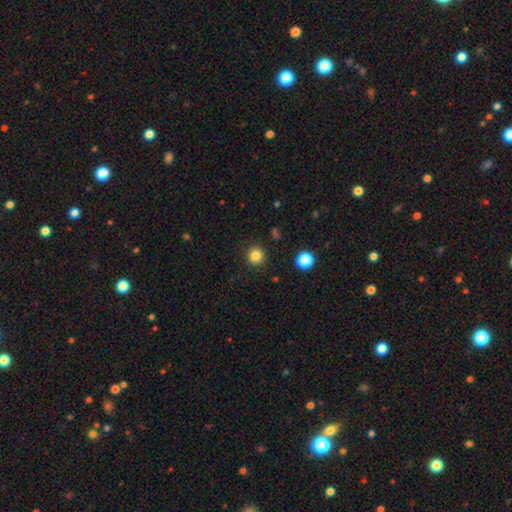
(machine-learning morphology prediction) A smooth galaxy with no disk features (83%) that is round (94%).

Vote fractions:
- Smooth or featured? smooth: 83% / star or artifact: 12% / featured or disk: 4%
- How rounded? round: 94% / in between: 5% / cigar-shaped: 1%
- Merging? none: 91% / minor disturbance: 6% / major disturbance: 2% / merger: 1%